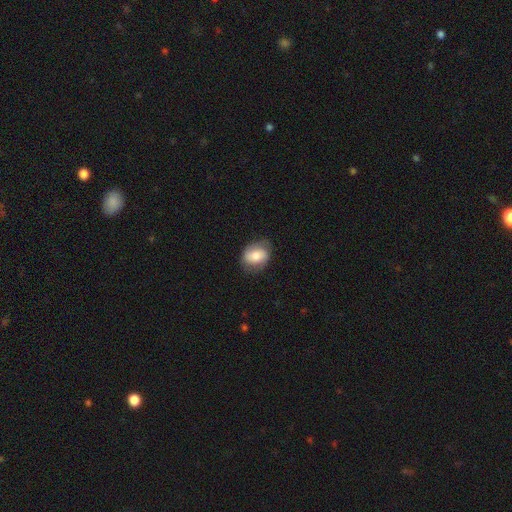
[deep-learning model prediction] A smooth galaxy with no disk features (62%) that is in between round and cigar-shaped (62%). Merging: none (76%).